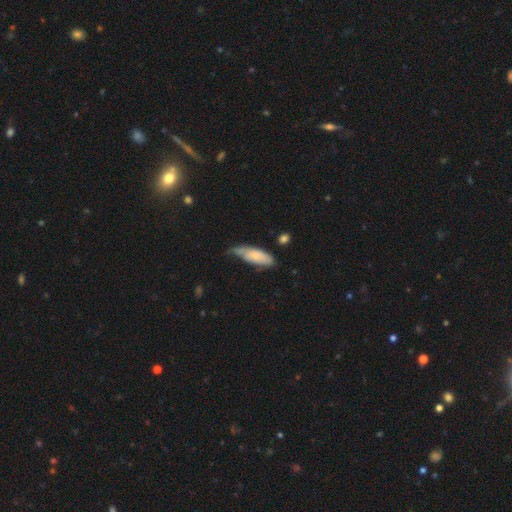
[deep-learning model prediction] Morphology: type=smooth (66%); roundness=in between (69%); merging=minor disturbance (42%).